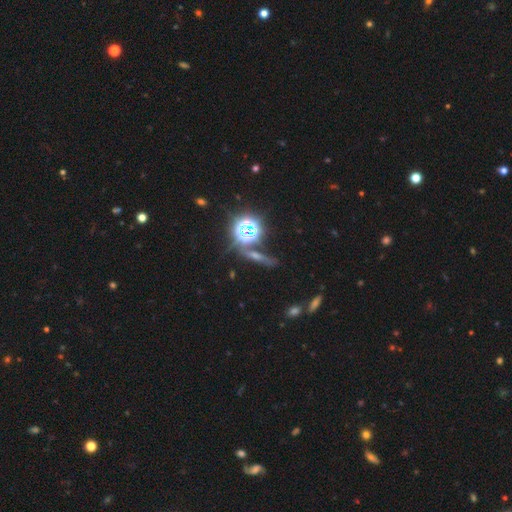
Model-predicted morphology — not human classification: A star or artifact, not a galaxy (49%).